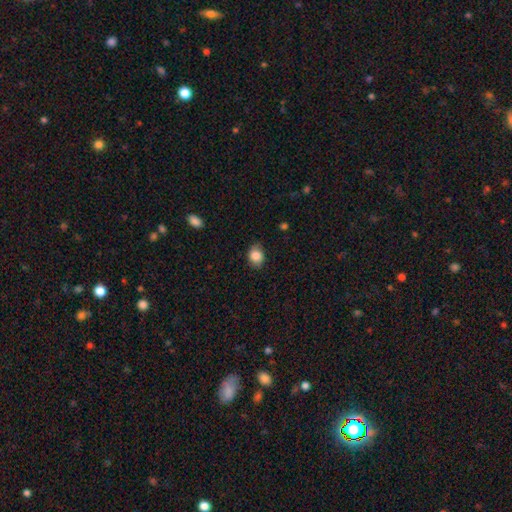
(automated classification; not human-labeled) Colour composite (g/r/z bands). It shows a smooth galaxy with no disk features (85%) that is in between round and cigar-shaped (54%). Merging: none (73%).